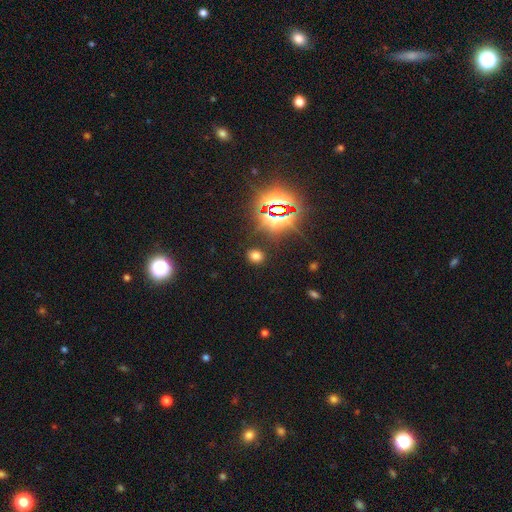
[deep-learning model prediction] Smooth or featured? smooth (63%)
How rounded? round (56%)
Merging? none (87%)